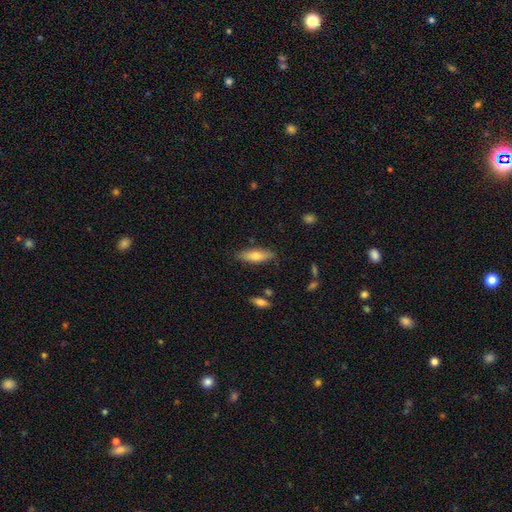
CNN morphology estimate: type=smooth (69%); roundness=in between (50%); merging=none (83%).